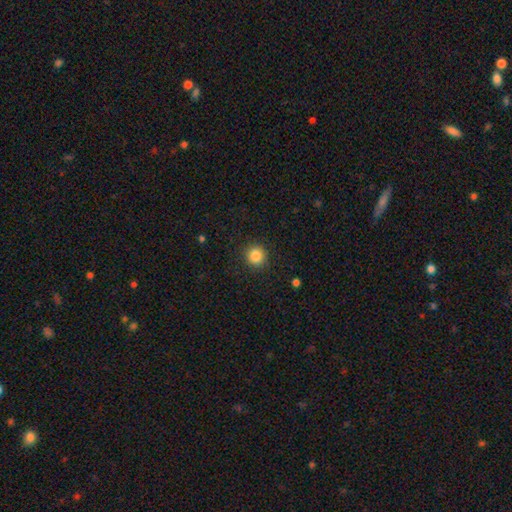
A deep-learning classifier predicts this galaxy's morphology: Q: Smooth or featured?
A: smooth (86%); runner-up: star or artifact (10%)
Q: How rounded?
A: round (91%); runner-up: in between (8%)
Q: Merging?
A: none (91%); runner-up: minor disturbance (6%)